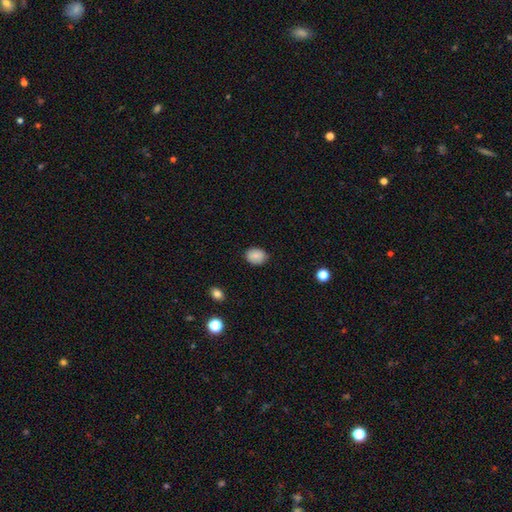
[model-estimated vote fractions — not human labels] Morphology: type=smooth (85%); roundness=in between (51%); merging=none (83%).